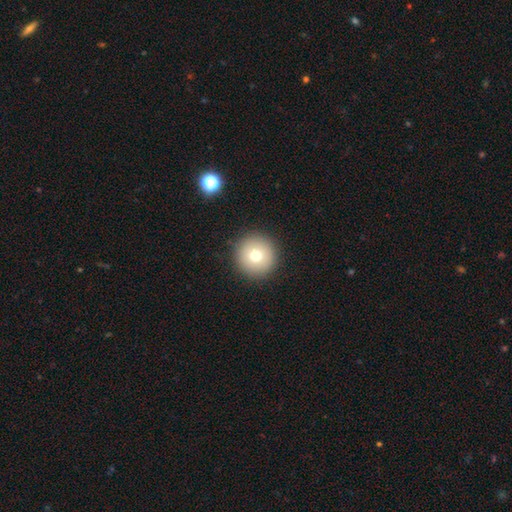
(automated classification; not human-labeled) The model was most divided on "smooth or featured": smooth: 74%, featured or disk: 15%, star or artifact: 12%. More confident: how rounded — round (96%); merging — none (92%).